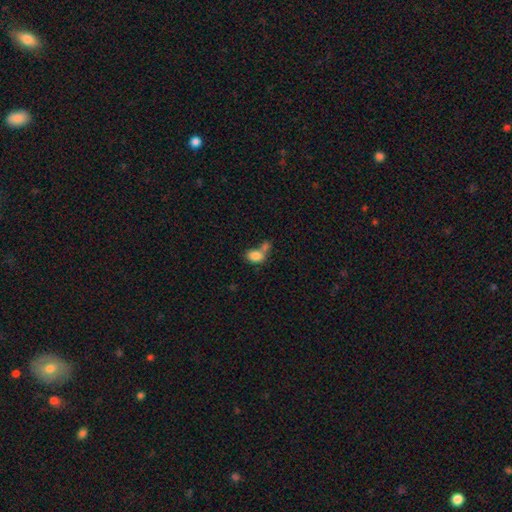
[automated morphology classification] smooth_or_featured: smooth (p=0.83) [alt: star or artifact p=0.09]
how_rounded: in between (p=0.74) [alt: round p=0.24]
merging: merger (p=0.50) [alt: none p=0.33]